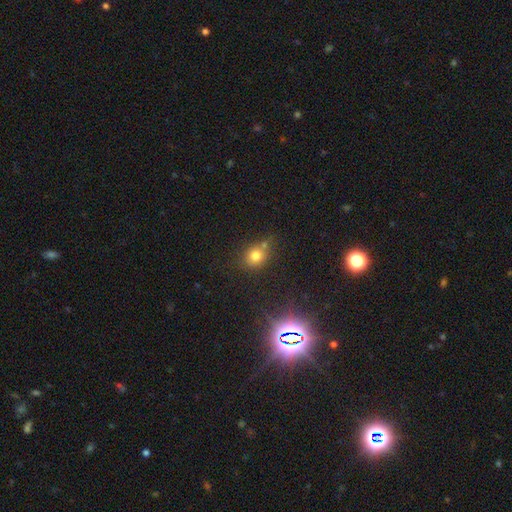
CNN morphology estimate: Overall: smooth (74%). How rounded: round (72%). Merging: none (62%).